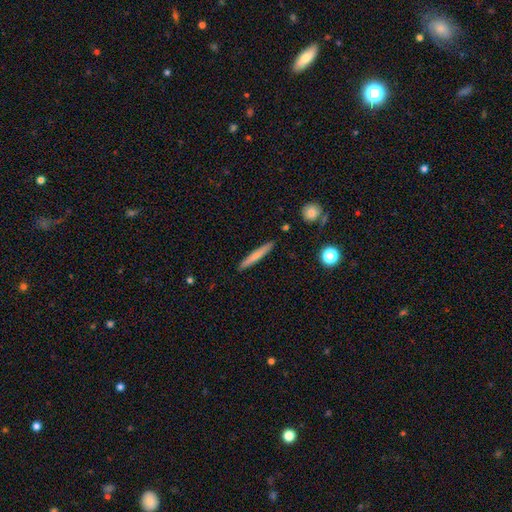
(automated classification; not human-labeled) Morphology: type=smooth (63%); roundness=cigar-shaped (95%); merging=none (90%).